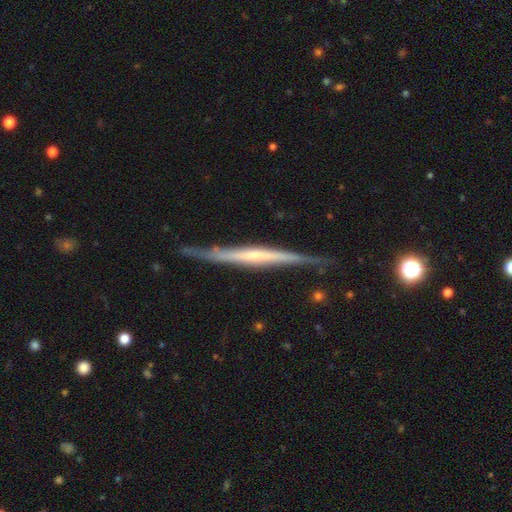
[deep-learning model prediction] Overall: featured or disk (73%). Edge-on disk: yes (97%). Edge-on bulge: none (62%; rounded 25%). Merging: none (79%).